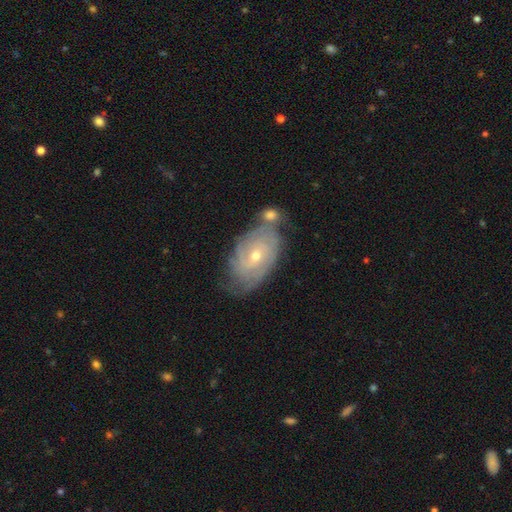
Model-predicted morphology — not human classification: A featured or disk galaxy (78%) with no bar (64%), tight (72%) spiral arms (90%) and a small central bulge (58%). Merging: none (54%).